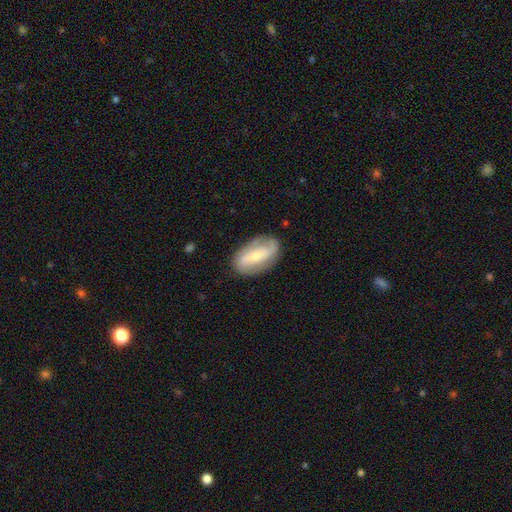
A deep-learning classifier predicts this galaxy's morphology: A featured or disk galaxy (66%) with a strong bar (44%), spiral arms (76%) and a small central bulge (57%). Merging: none (81%).